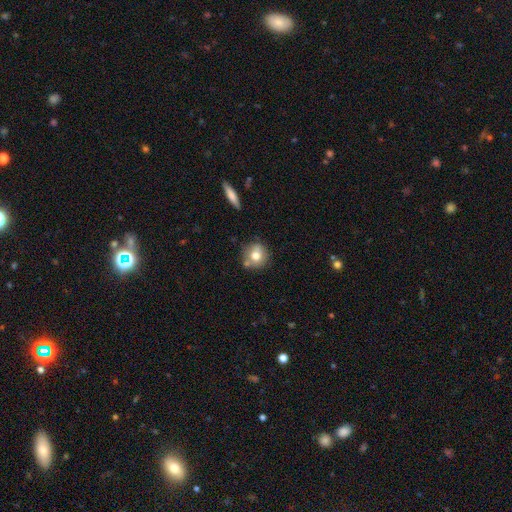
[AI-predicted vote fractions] Overall: smooth (72%). How rounded: round (89%). Merging: none (71%).